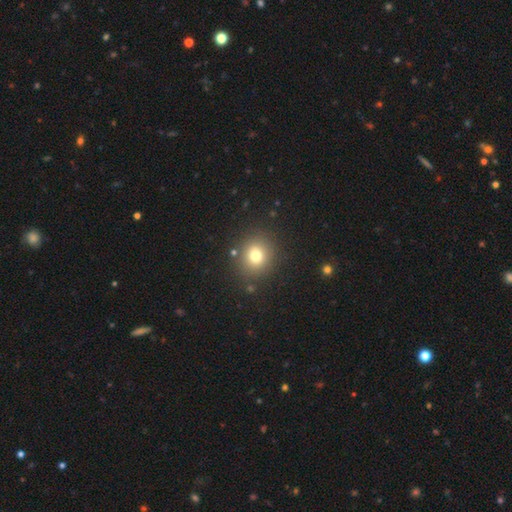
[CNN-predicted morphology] smooth 75%, star or artifact 15%, featured or disk 10%. Down the decision tree: how rounded — round (85%); merging — none (86%).